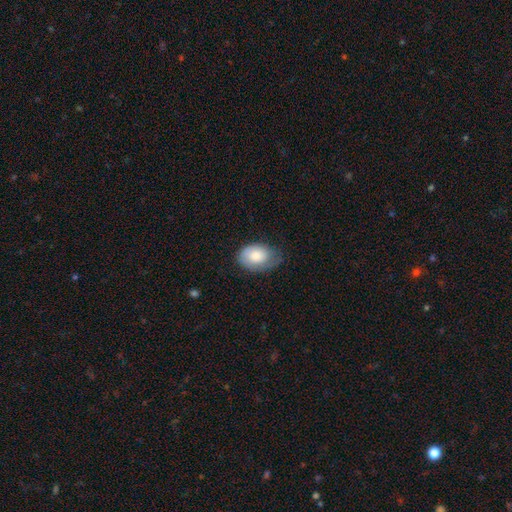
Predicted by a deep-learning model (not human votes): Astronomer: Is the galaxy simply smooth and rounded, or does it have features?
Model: smooth — 76%.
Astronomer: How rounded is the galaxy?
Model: in between — 85%.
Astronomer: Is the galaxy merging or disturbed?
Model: none — 50% (runner-up: minor disturbance, 37%).